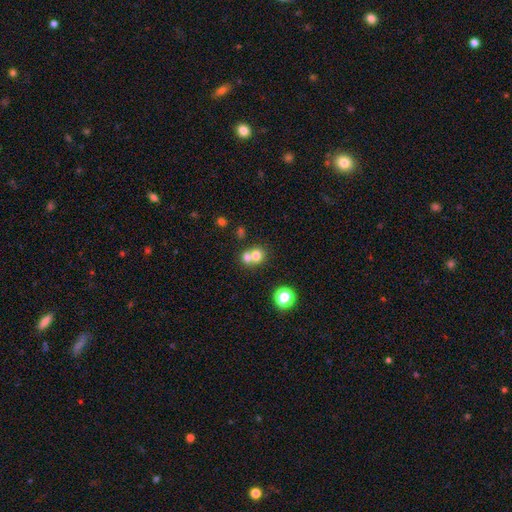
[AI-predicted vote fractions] Smooth or featured: smooth — 72% (featured or disk — 15%)
How rounded: round — 79% (in between — 20%)
Merging: merger — 59% (none — 34%)